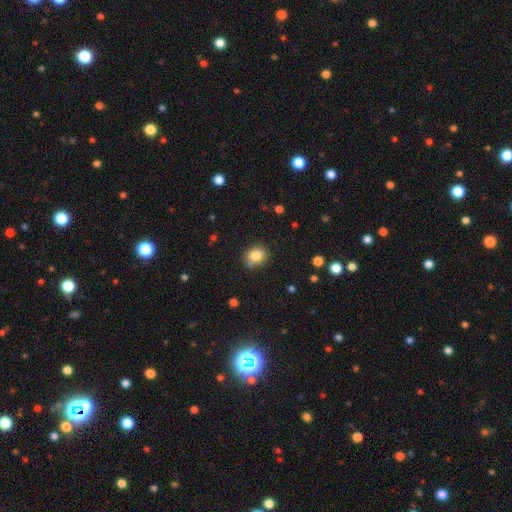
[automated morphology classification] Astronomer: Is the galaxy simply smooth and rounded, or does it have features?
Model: smooth — 83%.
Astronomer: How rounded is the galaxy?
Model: round — 72%.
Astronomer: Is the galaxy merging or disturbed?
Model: none — 79%.